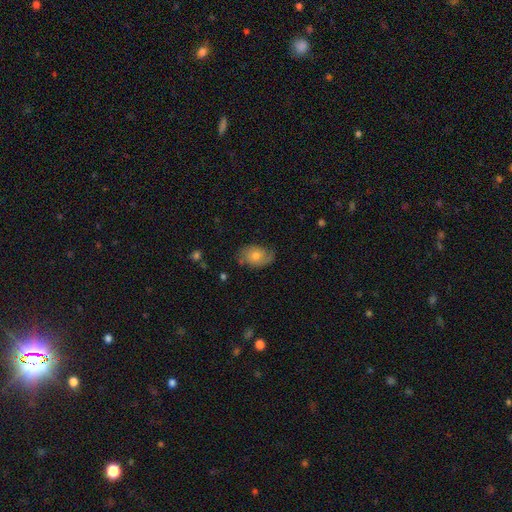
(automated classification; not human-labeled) Smooth or featured?
  - smooth: 46% * (tied)
  - featured or disk: 46% * (tied)
  - star or artifact: 9%
Merging?
  - none: 71% *
  - minor disturbance: 21%
  - major disturbance: 6%
  - merger: 2%